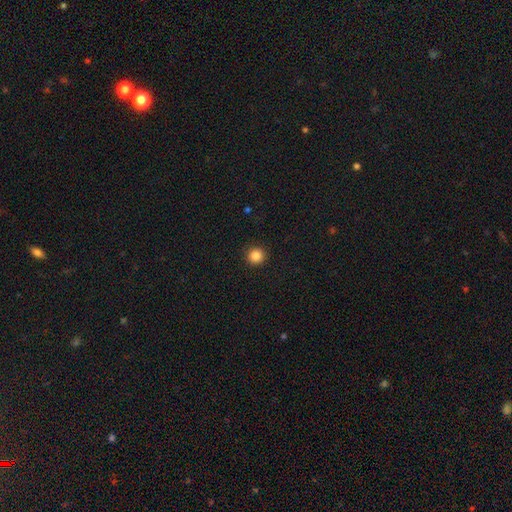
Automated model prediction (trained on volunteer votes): Smooth or featured?
  - smooth: 86% *
  - star or artifact: 11%
  - featured or disk: 3%
How rounded?
  - round: 95% *
  - in between: 4%
  - cigar-shaped: 1%
Merging?
  - none: 92% *
  - minor disturbance: 5%
  - major disturbance: 2%
  - merger: 1%